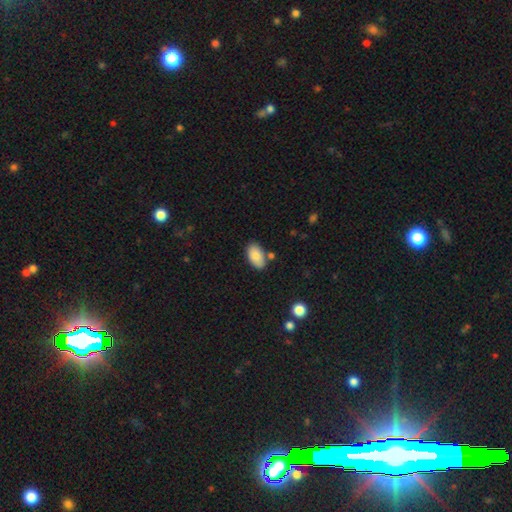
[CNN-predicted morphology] Smooth or featured? smooth (82%)
How rounded? in between (94%)
Merging? none (75%)